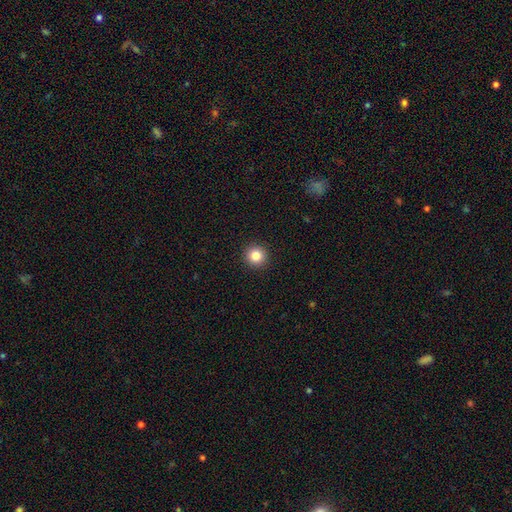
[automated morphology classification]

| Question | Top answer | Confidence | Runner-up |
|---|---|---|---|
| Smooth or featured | smooth | 84% | star or artifact (11%) |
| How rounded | round | 95% | in between (4%) |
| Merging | none | 93% | minor disturbance (4%) |